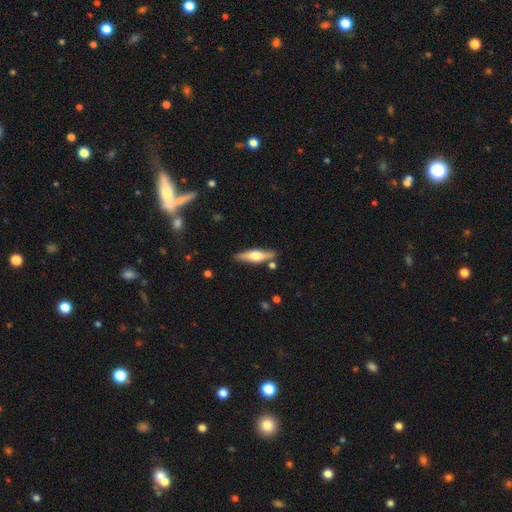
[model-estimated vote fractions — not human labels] Smooth or featured? Predicted: featured or disk (p=0.55). Edge-on disk? Predicted: yes (p=0.93). Edge-on bulge? Predicted: rounded (p=0.90). Merging? Predicted: none (p=0.83).